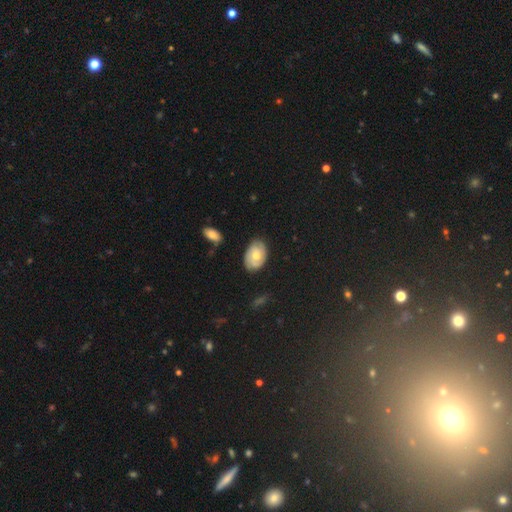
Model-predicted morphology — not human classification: A featured or disk galaxy (49%).

Vote fractions:
- Smooth or featured? featured or disk: 49% / smooth: 43% / star or artifact: 7%
- Merging? none: 72% / minor disturbance: 21% / major disturbance: 5% / merger: 2%